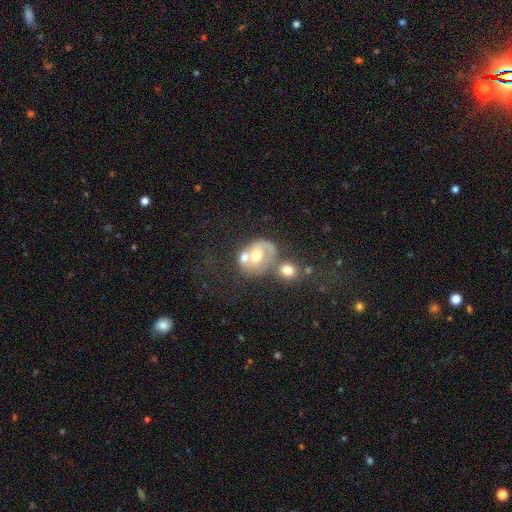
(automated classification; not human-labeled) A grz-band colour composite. It shows a featured or disk galaxy (49%). Merging: merger (53%).